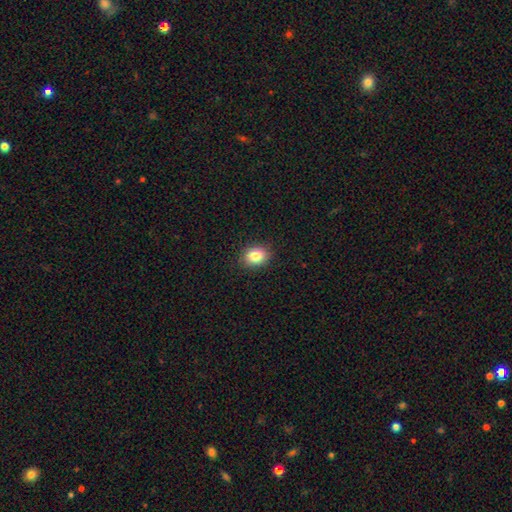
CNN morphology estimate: A smooth galaxy with no disk features (84%) that is in between round and cigar-shaped (55%). Merging: none (89%).